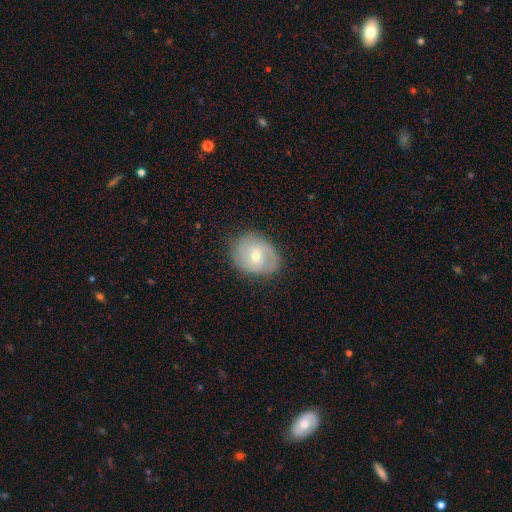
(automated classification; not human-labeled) A featured or disk galaxy (62%) with no bar (52%), spiral arms (77%) and a small central bulge (49%).

Vote fractions:
- Smooth or featured? featured or disk: 62% / smooth: 30% / star or artifact: 8%
- Edge-on disk? no: 96% / yes: 4%
- Bar? no: 52% / weak: 38% / strong: 10%
- Spiral arms? yes: 77% / no: 23%
- Bulge size? small: 49% / moderate: 48% / large: 1% / none: 1% / dominant: 1%
- Merging? none: 76% / minor disturbance: 17% / major disturbance: 5% / merger: 1%